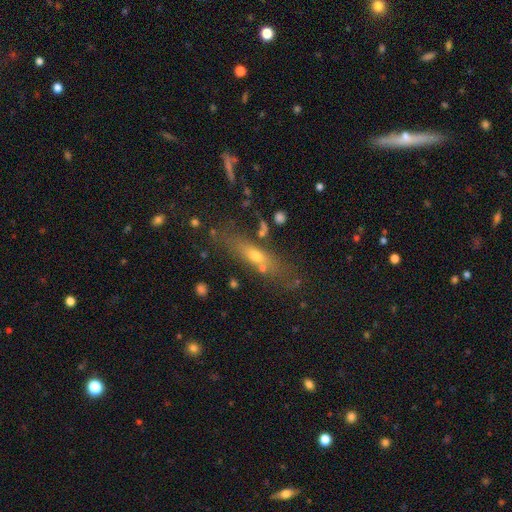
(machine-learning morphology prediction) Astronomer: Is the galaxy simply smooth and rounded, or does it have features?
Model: smooth — 49% (runner-up: featured or disk, 40%).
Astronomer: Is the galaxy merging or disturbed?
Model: none — 69%.